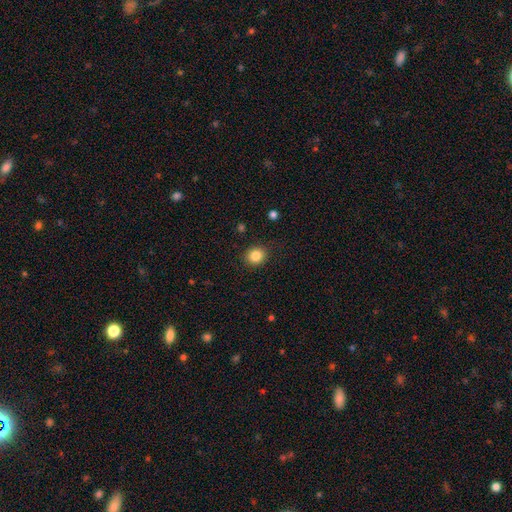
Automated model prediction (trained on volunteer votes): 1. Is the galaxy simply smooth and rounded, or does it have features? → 85% smooth, 10% star or artifact, 5% featured or disk.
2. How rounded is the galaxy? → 79% round, 20% in between, 1% cigar-shaped.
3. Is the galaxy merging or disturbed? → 88% none, 8% minor disturbance, 3% major disturbance, 1% merger.